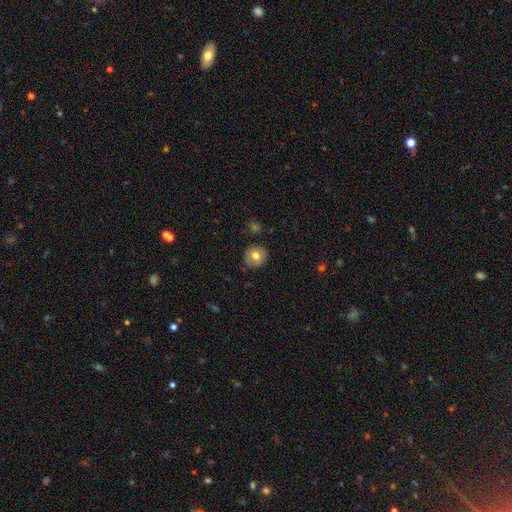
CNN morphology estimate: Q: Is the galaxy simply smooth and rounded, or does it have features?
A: smooth — 76%.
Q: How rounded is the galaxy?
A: round — 91%.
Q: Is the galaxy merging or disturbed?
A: none — 89%.